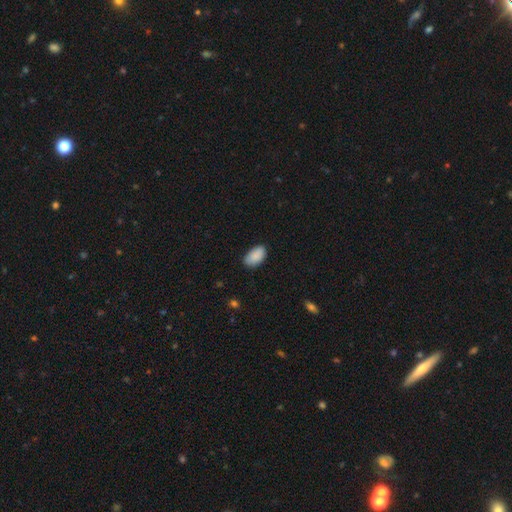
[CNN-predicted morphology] Smooth or featured? smooth (90%)
How rounded? in between (94%)
Merging? none (81%)